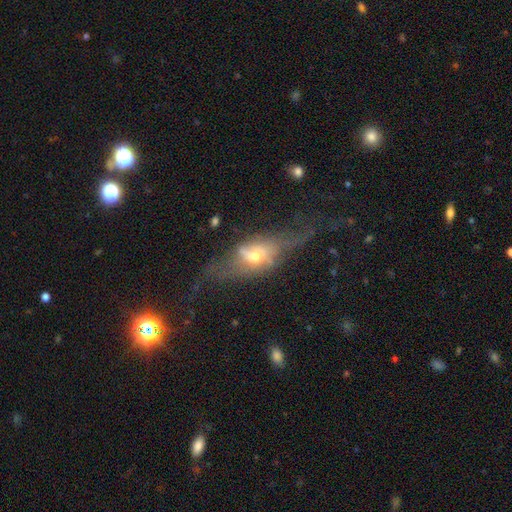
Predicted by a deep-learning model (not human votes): This is likely a featured or disk galaxy (67%). It is possibly viewed edge-on (54%). Merging: marginally none (39%).